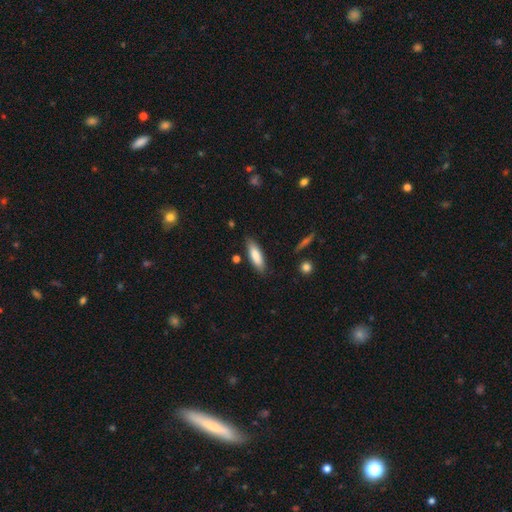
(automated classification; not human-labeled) Morphology: type=smooth (82%); roundness=in between (51%); merging=none (83%).